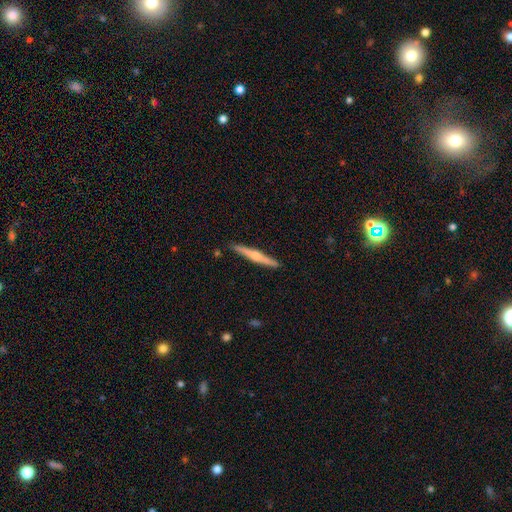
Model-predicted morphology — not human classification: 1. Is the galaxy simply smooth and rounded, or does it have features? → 61% featured or disk, 34% smooth, 5% star or artifact.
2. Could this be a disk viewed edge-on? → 98% yes, 2% no.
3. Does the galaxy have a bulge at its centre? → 82% rounded, 11% none, 7% boxy.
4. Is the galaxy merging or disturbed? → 90% none, 7% minor disturbance, 1% merger, 1% major disturbance.